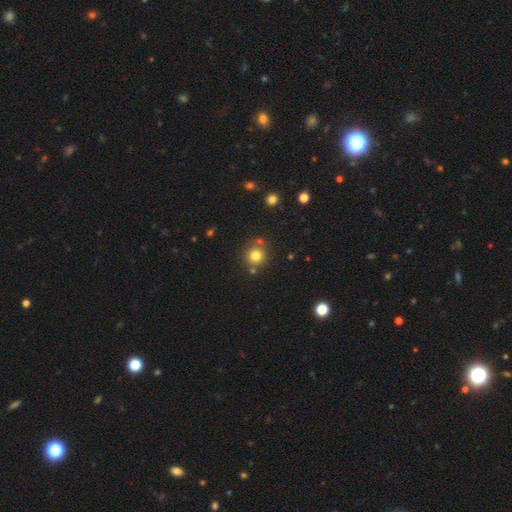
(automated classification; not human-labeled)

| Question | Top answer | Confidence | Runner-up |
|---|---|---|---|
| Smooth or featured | smooth | 79% | star or artifact (13%) |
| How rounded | round | 91% | in between (8%) |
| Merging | none | 74% | merger (13%) |